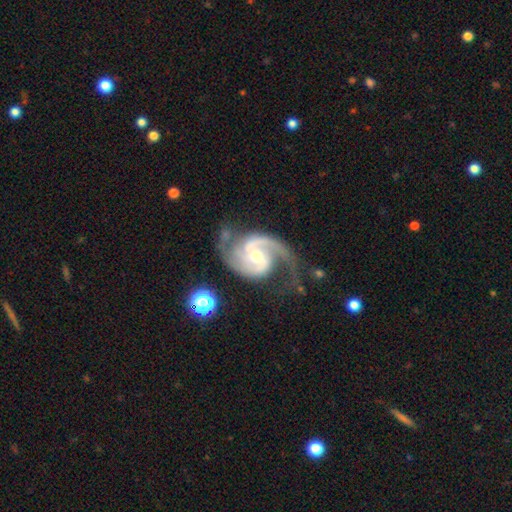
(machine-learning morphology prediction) This is clearly a featured or disk galaxy (92%). It is clearly not viewed edge-on (98%). Bar: possibly no (46%). Spiral arm pattern: clearly yes (98%). Spiral arm count: clearly 2 (84%). Spiral winding: possibly medium (58%). Central bulge: likely moderate (62%). Merging: possibly none (59%).